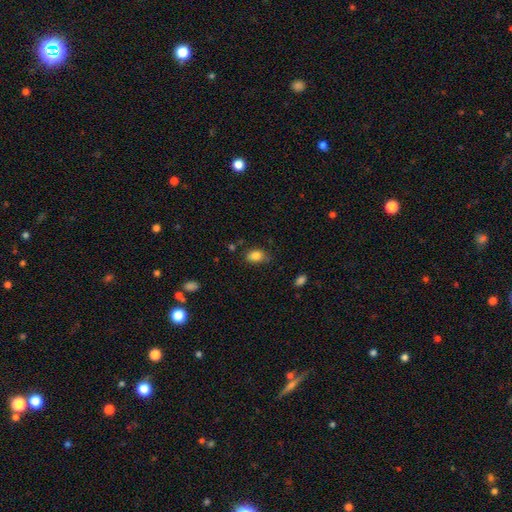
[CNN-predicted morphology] The model was most divided on "merging": none: 70%, minor disturbance: 22%, major disturbance: 5%, merger: 3%. More confident: smooth or featured — smooth (84%); how rounded — in between (78%).